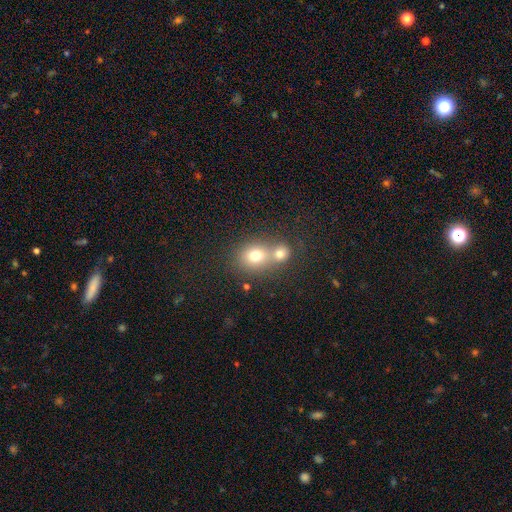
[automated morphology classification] Overall: smooth (74%). How rounded: round (68%; in between 31%). Merging: merger (53%; none 37%).